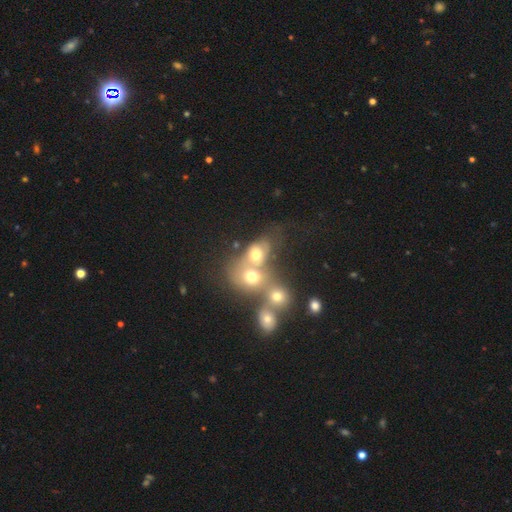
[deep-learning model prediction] smooth_or_featured: smooth (p=0.59) [alt: featured or disk p=0.23]
how_rounded: round (p=0.59) [alt: in between p=0.40]
merging: merger (p=0.59) [alt: none p=0.26]